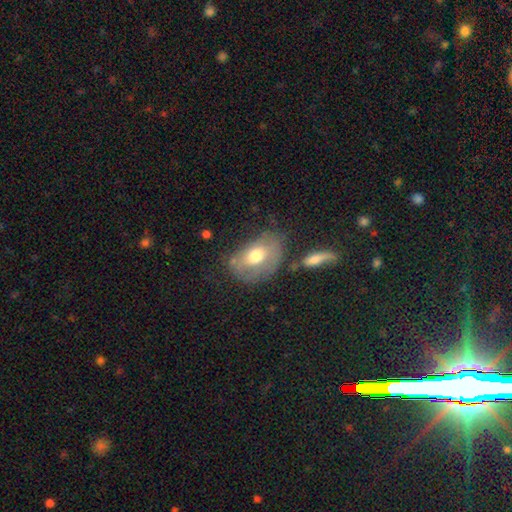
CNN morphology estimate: This appears to be a smooth galaxy with no disk features (59%) that is in between round and cigar-shaped (81%). Merging: none (52%).